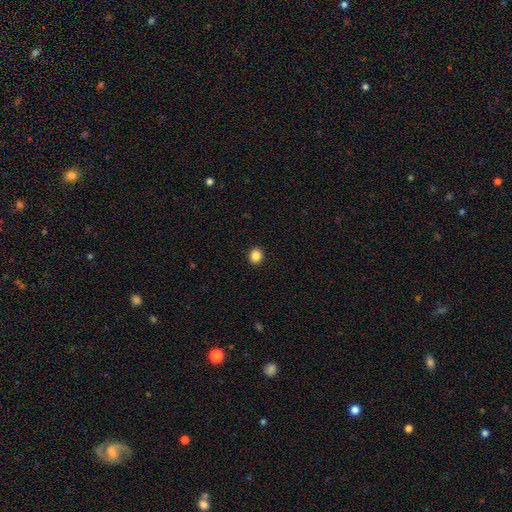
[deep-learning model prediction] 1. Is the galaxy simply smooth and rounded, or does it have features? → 86% smooth, 11% star or artifact, 4% featured or disk.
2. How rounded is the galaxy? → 79% round, 21% in between, 1% cigar-shaped.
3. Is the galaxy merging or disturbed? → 93% none, 5% minor disturbance, 2% major disturbance, 1% merger.